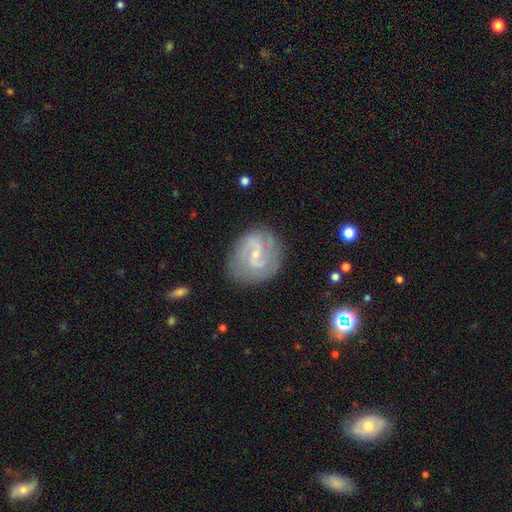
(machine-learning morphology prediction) This appears to be a featured or disk galaxy (81%) with a weak bar (53%), 2 (78%) medium (49%) spiral arms (93%) and a small central bulge (77%). Merging: none (78%).